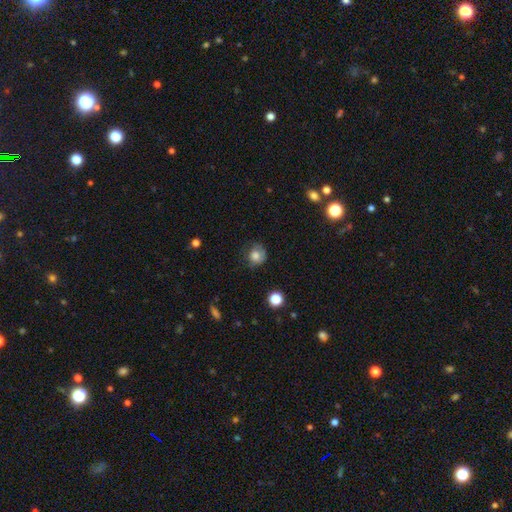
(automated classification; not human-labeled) Morphology: type=smooth (75%); roundness=round (79%); merging=none (60%).